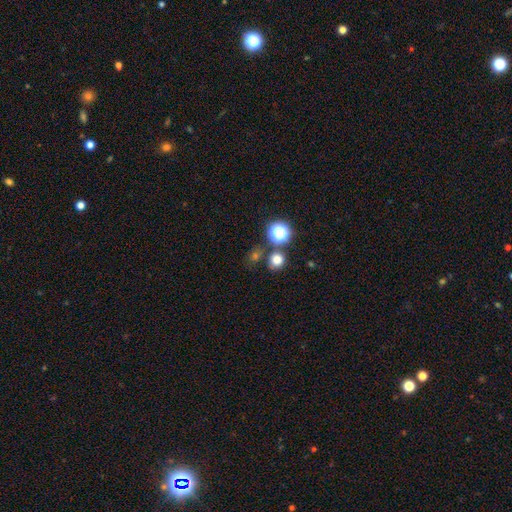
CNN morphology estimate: type=smooth (52%); roundness=round (80%); merging=none (71%).